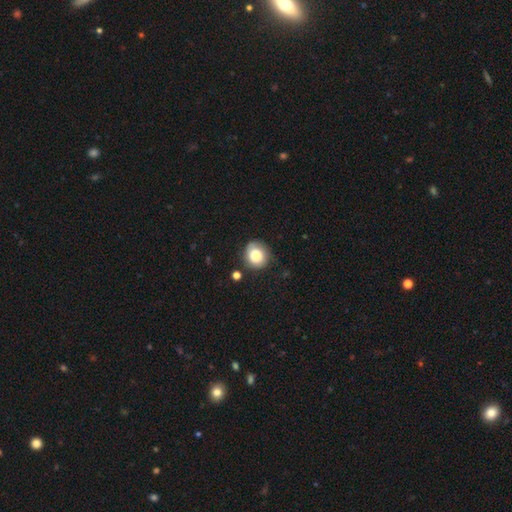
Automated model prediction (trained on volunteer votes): A smooth galaxy with no disk features (76%) that is round (85%).

Vote fractions:
- Smooth or featured? smooth: 76% / featured or disk: 15% / star or artifact: 9%
- How rounded? round: 85% / in between: 14% / cigar-shaped: 1%
- Merging? none: 75% / minor disturbance: 17% / major disturbance: 4% / merger: 3%